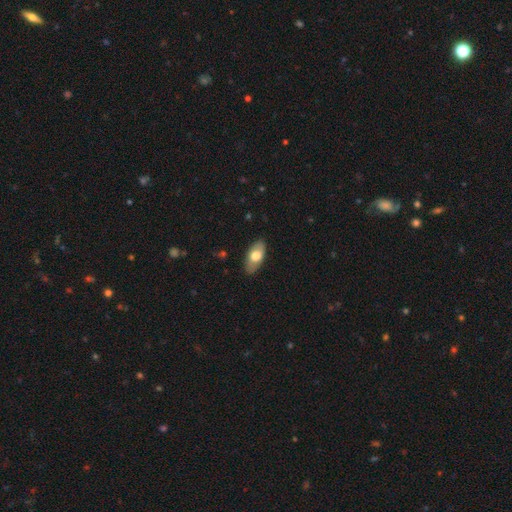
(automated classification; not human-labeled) The model was most divided on "smooth or featured": smooth: 66%, featured or disk: 29%, star or artifact: 6%. More confident: how rounded — in between (91%); merging — none (85%).